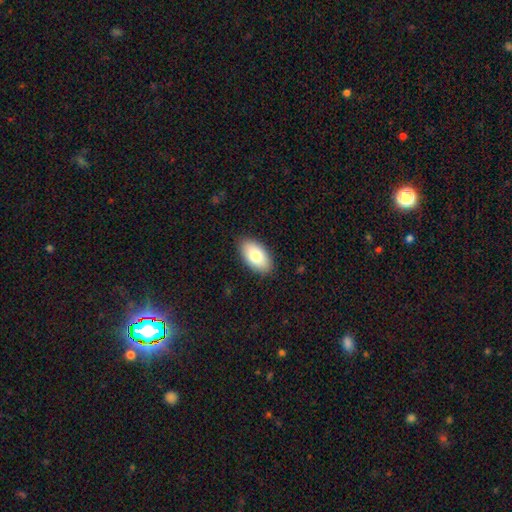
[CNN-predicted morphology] Smooth or featured? Predicted: smooth (p=0.79). How rounded? Predicted: in between (p=0.95). Merging? Predicted: none (p=0.87).